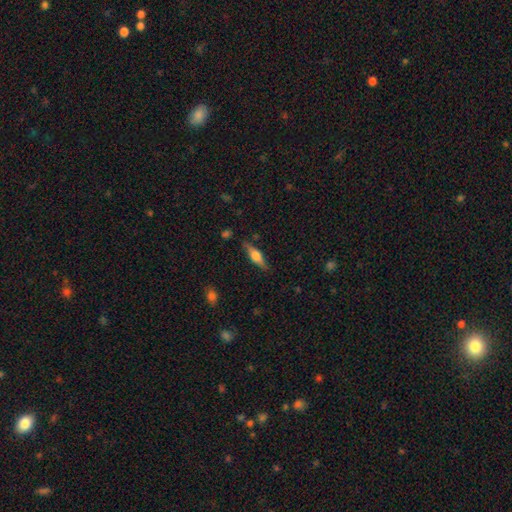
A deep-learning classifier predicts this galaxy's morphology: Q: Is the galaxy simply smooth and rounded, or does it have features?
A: featured or disk — 56%.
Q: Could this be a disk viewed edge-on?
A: yes — 95%.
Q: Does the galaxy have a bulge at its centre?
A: rounded — 88%.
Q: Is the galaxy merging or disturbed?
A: none — 84%.